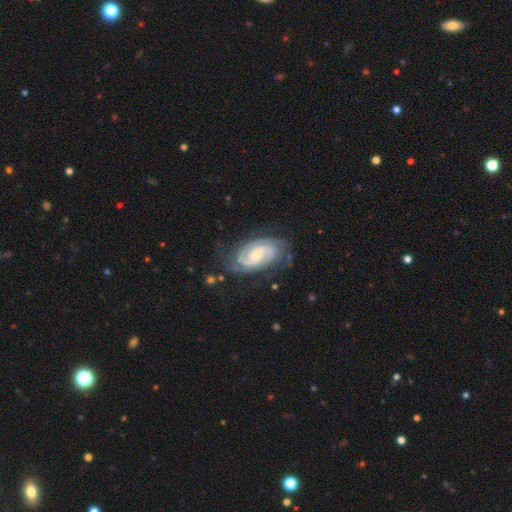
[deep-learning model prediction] smooth_or_featured: featured or disk (p=0.88) [alt: smooth p=0.07]
disk_edge_on: no (p=0.97) [alt: yes p=0.03]
bar: no (p=0.54) [alt: weak p=0.37]
has_spiral_arms: yes (p=0.98) [alt: no p=0.02]
spiral_winding: tight (p=0.64) [alt: medium p=0.31]
spiral_arm_count: 2 (p=0.60) [alt: 3 p=0.15]
bulge_size: small (p=0.62) [alt: moderate p=0.26]
merging: none (p=0.71) [alt: minor disturbance p=0.19]